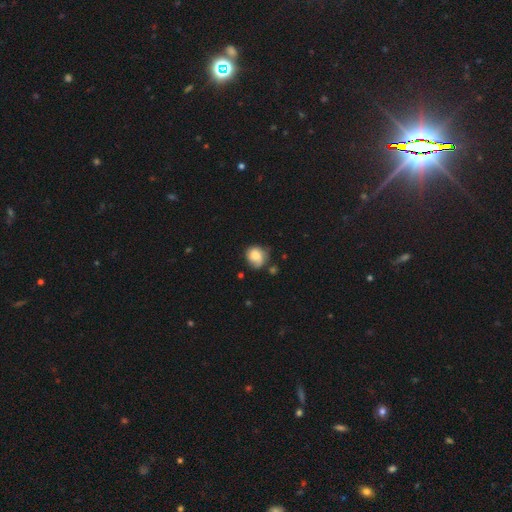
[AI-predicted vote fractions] Smooth or featured? Predicted: smooth (p=0.70). How rounded? Predicted: round (p=0.70). Merging? Predicted: none (p=0.51).